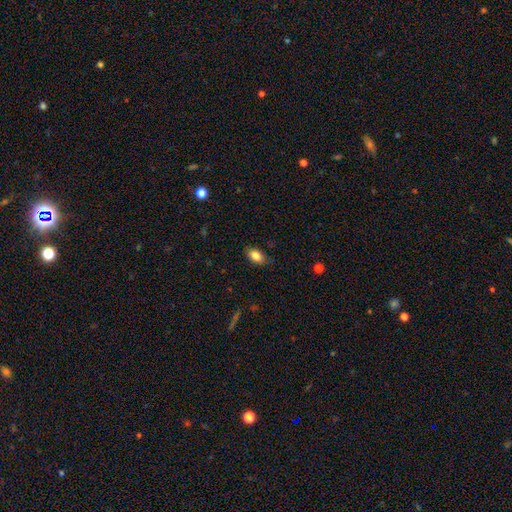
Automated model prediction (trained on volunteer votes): Q: Smooth or featured?
A: smooth (83%); runner-up: featured or disk (9%)
Q: How rounded?
A: in between (89%); runner-up: round (8%)
Q: Merging?
A: none (79%); runner-up: minor disturbance (16%)